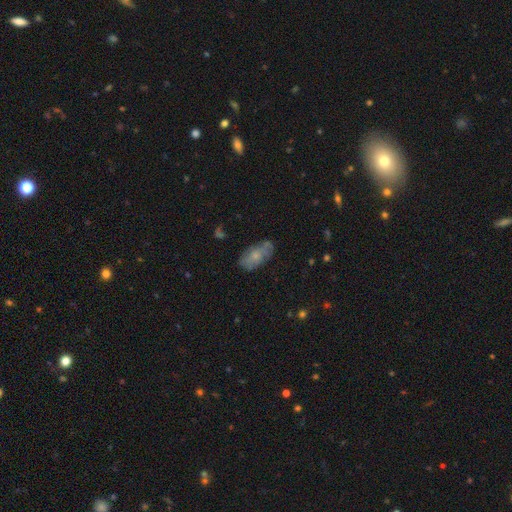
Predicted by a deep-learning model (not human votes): Overall: smooth (57%; featured or disk 35%). How rounded: in between (90%). Merging: none (65%).